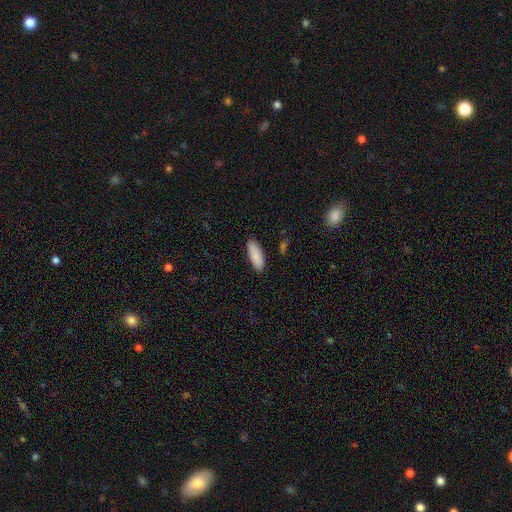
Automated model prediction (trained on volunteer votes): Smooth or featured? smooth (89%)
How rounded? in between (69%)
Merging? none (87%)